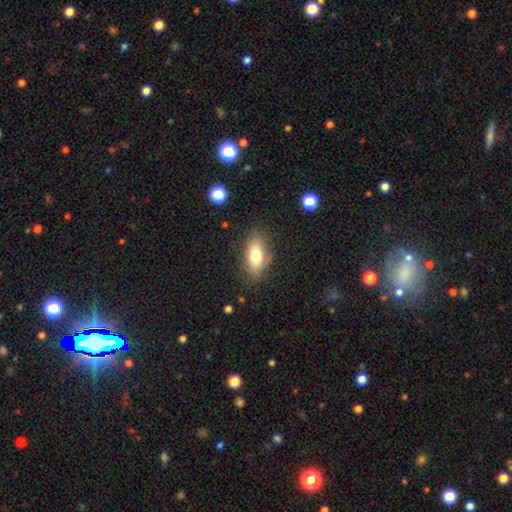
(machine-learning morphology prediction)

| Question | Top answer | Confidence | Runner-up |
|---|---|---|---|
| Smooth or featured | smooth | 75% | featured or disk (16%) |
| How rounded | in between | 85% | cigar-shaped (10%) |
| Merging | none | 79% | minor disturbance (15%) |